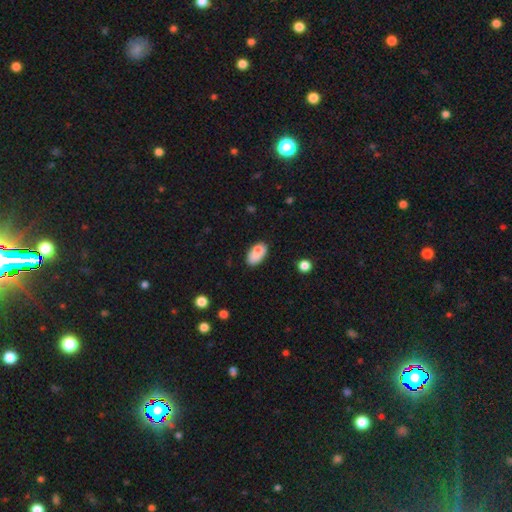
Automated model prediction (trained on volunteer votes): Smooth or featured? Predicted: smooth (p=0.81). How rounded? Predicted: in between (p=0.92). Merging? Predicted: none (p=0.61).